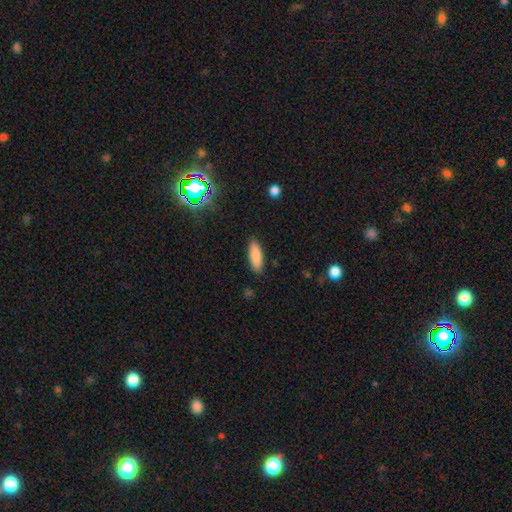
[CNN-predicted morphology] Smooth or featured: smooth — 86% (star or artifact — 7%)
How rounded: in between — 56% (cigar-shaped — 42%)
Merging: none — 88% (minor disturbance — 9%)